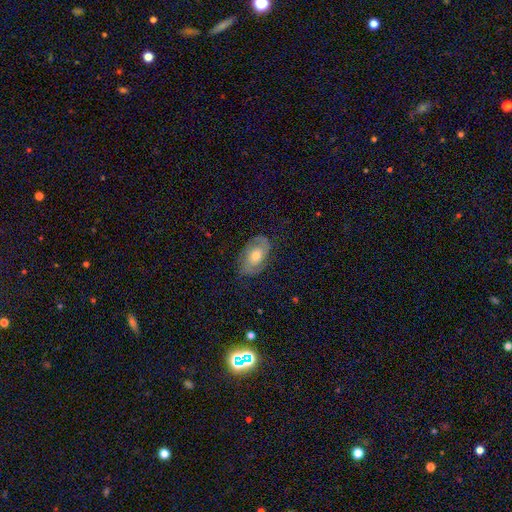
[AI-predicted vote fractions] smooth_or_featured: featured or disk (p=0.72) [alt: smooth p=0.21]
disk_edge_on: no (p=0.95) [alt: yes p=0.05]
bar: no (p=0.70) [alt: weak p=0.25]
has_spiral_arms: yes (p=0.89) [alt: no p=0.11]
spiral_winding: tight (p=0.45) [alt: medium p=0.41]
spiral_arm_count: 2 (p=0.76) [alt: can't tell p=0.14]
bulge_size: moderate (p=0.66) [alt: small p=0.16]
merging: none (p=0.76) [alt: minor disturbance p=0.16]